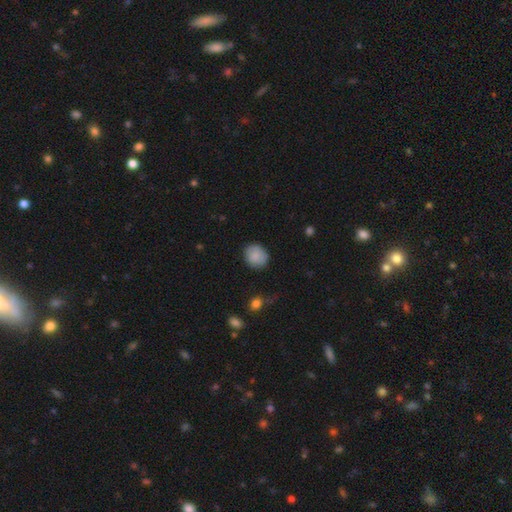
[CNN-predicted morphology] Smooth or featured: smooth — 85% (featured or disk — 8%)
How rounded: round — 70% (in between — 29%)
Merging: none — 80% (minor disturbance — 15%)